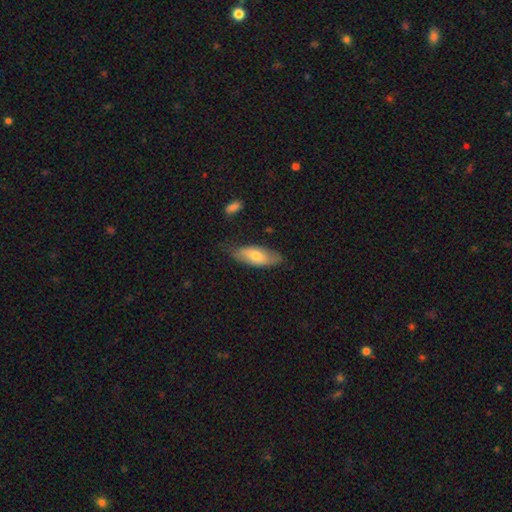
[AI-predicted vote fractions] Smooth or featured: smooth — 66% (featured or disk — 28%)
How rounded: in between — 79% (cigar-shaped — 19%)
Merging: none — 68% (minor disturbance — 25%)